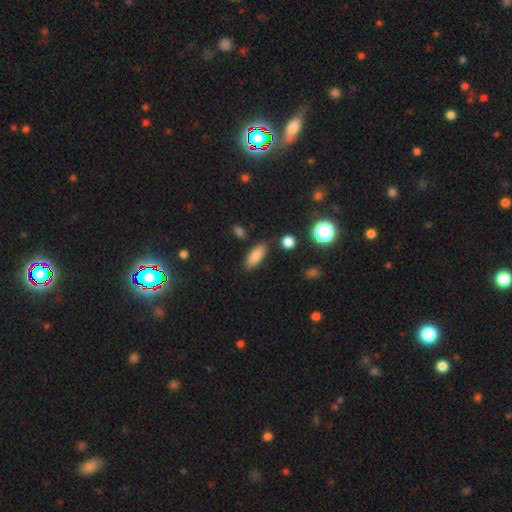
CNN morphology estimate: Overall: smooth (82%). How rounded: in between (75%). Merging: none (84%).